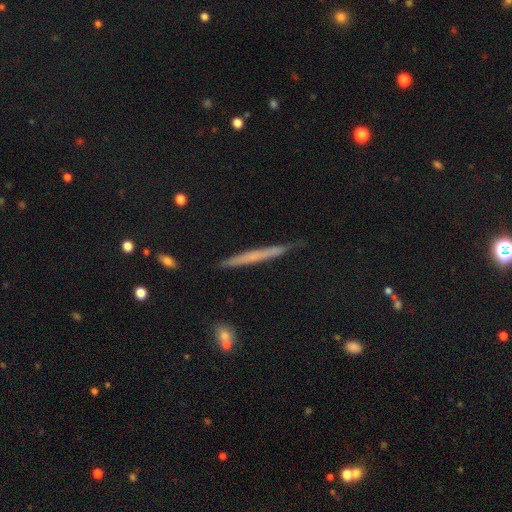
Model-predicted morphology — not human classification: Smooth or featured? Predicted: featured or disk (p=0.46). Merging? Predicted: none (p=0.85).